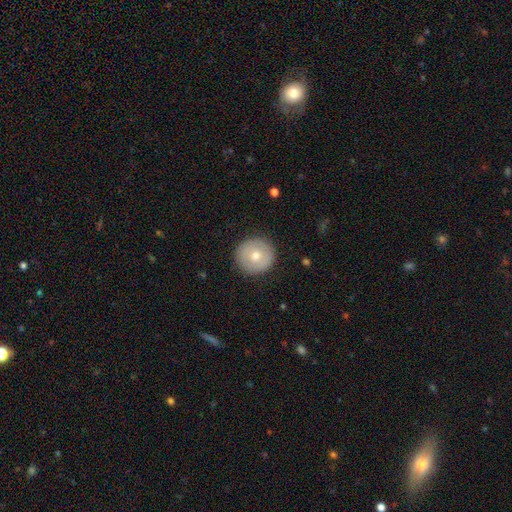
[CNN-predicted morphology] This appears to be a smooth galaxy with no disk features (66%) that is round (95%). Merging: none (91%).